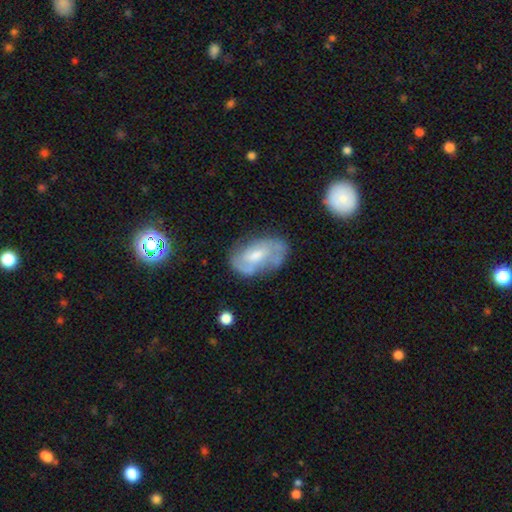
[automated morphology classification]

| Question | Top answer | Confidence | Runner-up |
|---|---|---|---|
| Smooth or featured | featured or disk | 60% | smooth (32%) |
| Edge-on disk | no | 95% | yes (5%) |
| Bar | no | 48% | weak (43%) |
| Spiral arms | yes | 71% | no (29%) |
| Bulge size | moderate | 49% | small (37%) |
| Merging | none | 60% | minor disturbance (25%) |